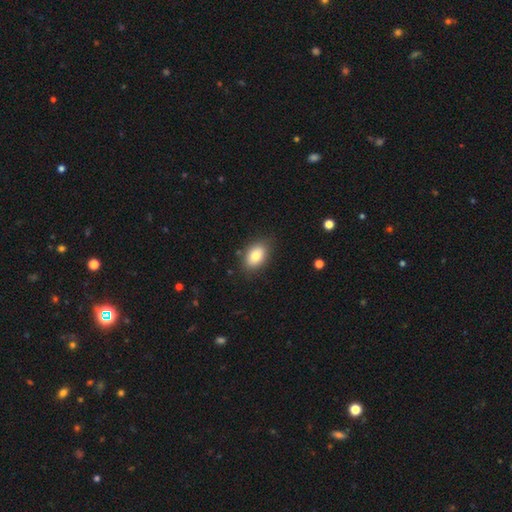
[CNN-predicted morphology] This appears to be a smooth galaxy with no disk features (81%) that is in between round and cigar-shaped (86%). Merging: none (83%).